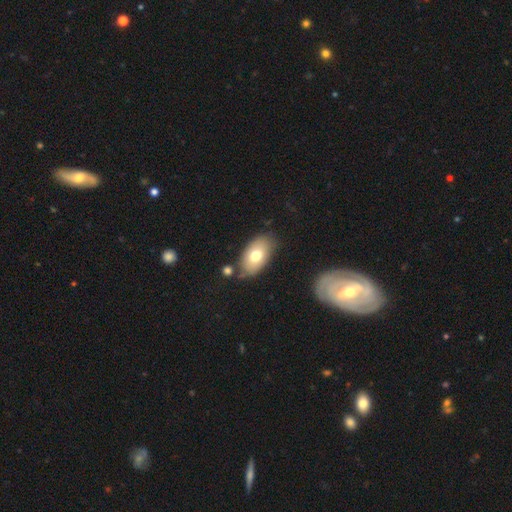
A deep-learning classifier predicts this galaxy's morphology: smooth 71%, featured or disk 21%, star or artifact 8%. Down the decision tree: how rounded — in between (92%); merging — none (74%).